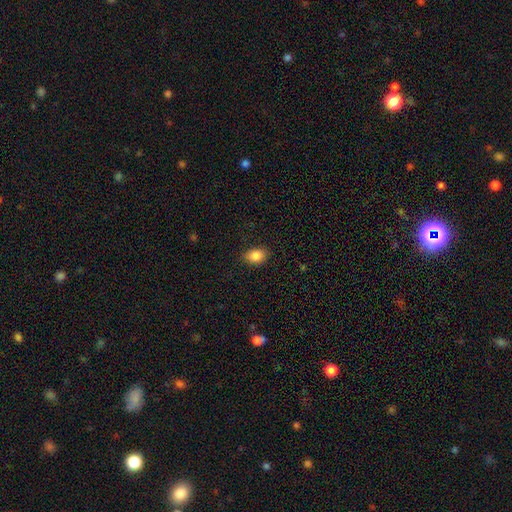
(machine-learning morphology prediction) type=smooth (87%); roundness=in between (76%); merging=none (86%).